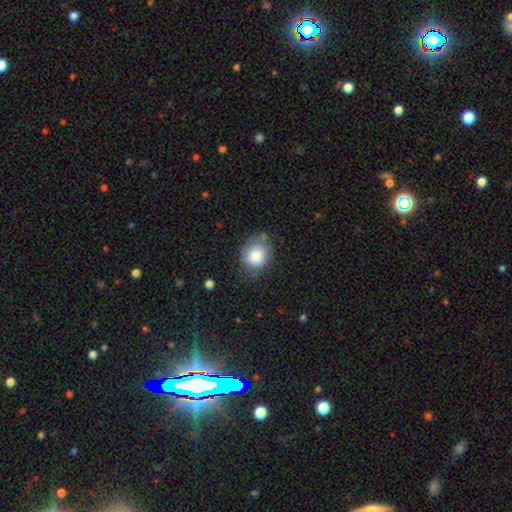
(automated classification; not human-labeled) Q: Smooth or featured?
A: smooth (77%); runner-up: featured or disk (15%)
Q: How rounded?
A: round (60%); runner-up: in between (39%)
Q: Merging?
A: none (60%); runner-up: minor disturbance (27%)